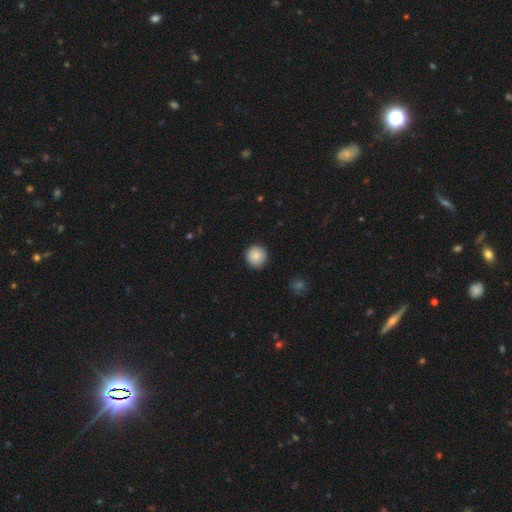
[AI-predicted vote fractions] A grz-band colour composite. It shows a smooth galaxy with no disk features (87%) that is round (94%). Merging: none (90%).